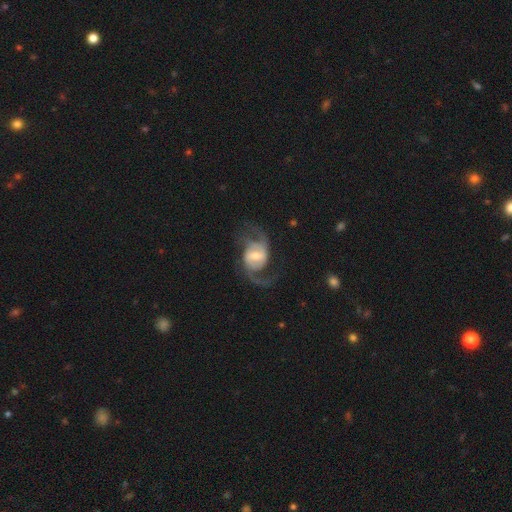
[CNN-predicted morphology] featured or disk 87%, smooth 8%, star or artifact 5%. Down the decision tree: edge-on disk — no (97%); bar — weak (53%); spiral arms — yes (96%); spiral arm count — 2 (86%); spiral winding — loose (46%); bulge size — moderate (54%); merging — none (64%).